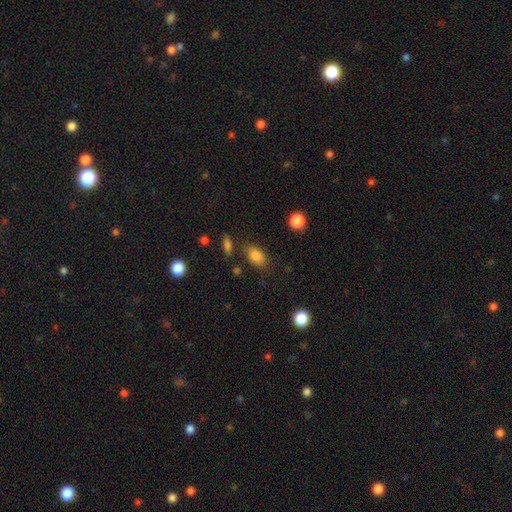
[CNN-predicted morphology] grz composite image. It shows a smooth galaxy with no disk features (84%) that is in between round and cigar-shaped (86%). Merging: none (76%).